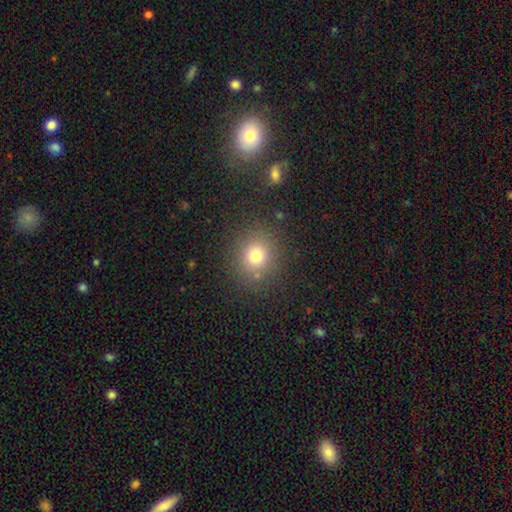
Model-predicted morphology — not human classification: A smooth galaxy with no disk features (75%) that is round (83%). Merging: none (85%).